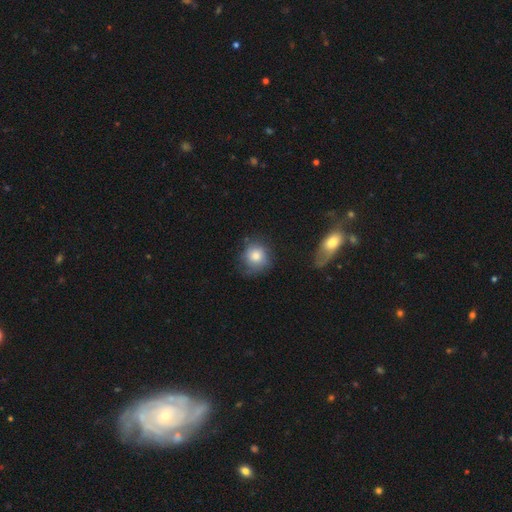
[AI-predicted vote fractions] Smooth or featured: smooth — 71% (featured or disk — 20%)
How rounded: round — 85% (in between — 14%)
Merging: none — 62% (minor disturbance — 25%)